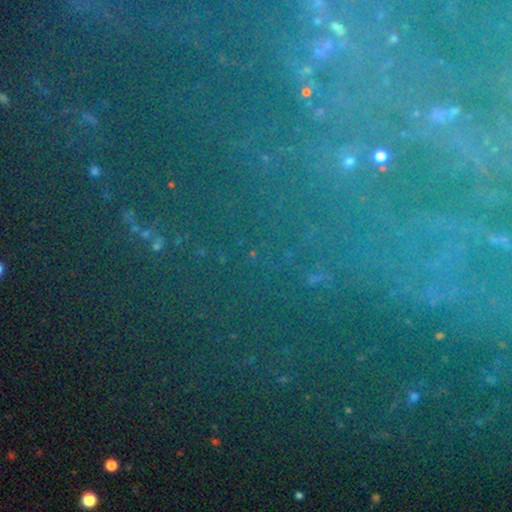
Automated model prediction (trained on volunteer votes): Smooth or featured? Predicted: star or artifact (p=0.67).